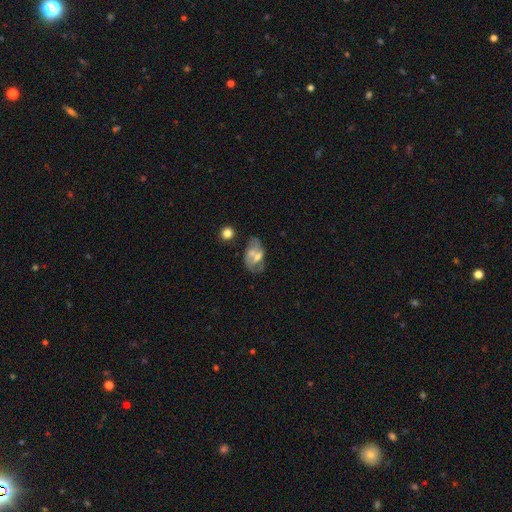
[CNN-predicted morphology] The model was most divided on "merging": none: 35%, merger: 29%, minor disturbance: 21%, major disturbance: 16%. Remaining: edge-on disk — no (95%); bar — no (61%); spiral arms — no (61%); smooth or featured — featured or disk (54%); bulge size — moderate (49%).